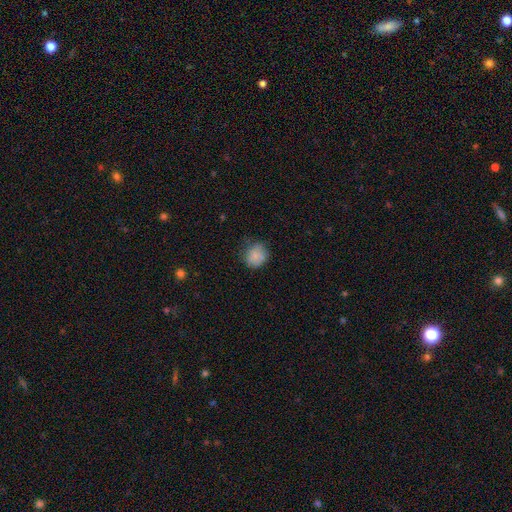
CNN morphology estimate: smooth 81%, featured or disk 10%, star or artifact 9%. Down the decision tree: how rounded — round (71%); merging — none (65%).